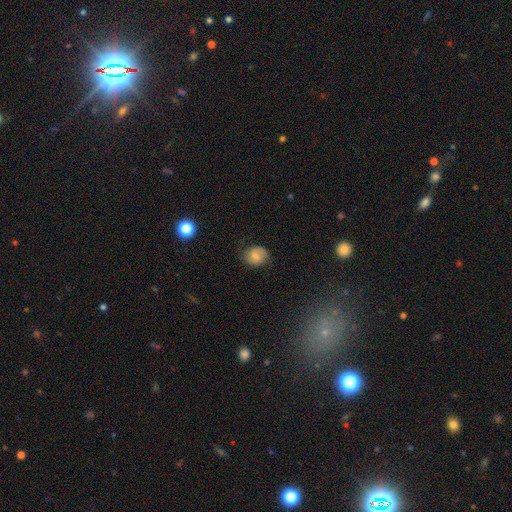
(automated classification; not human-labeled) smooth_or_featured: smooth (p=0.52) [alt: featured or disk p=0.39]
how_rounded: round (p=0.64) [alt: in between p=0.35]
merging: none (p=0.69) [alt: minor disturbance p=0.22]